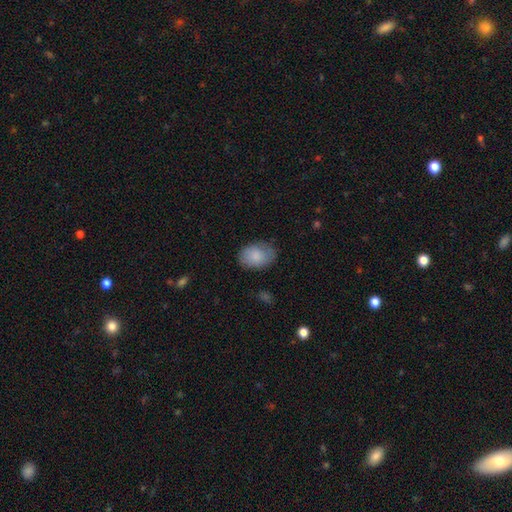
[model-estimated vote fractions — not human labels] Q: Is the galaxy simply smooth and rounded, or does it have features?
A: smooth — 83%.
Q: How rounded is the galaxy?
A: in between — 76%.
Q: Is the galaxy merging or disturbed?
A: none — 72%.